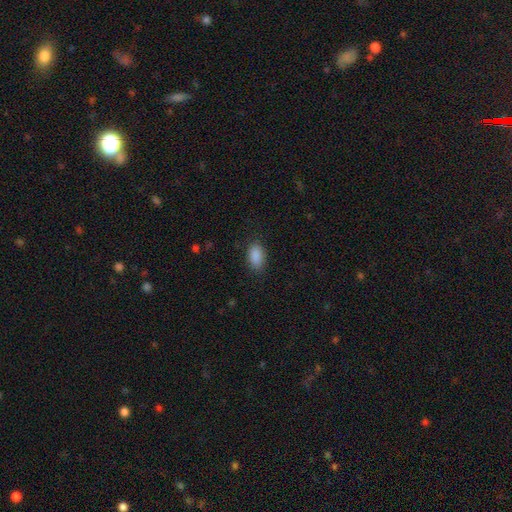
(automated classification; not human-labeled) Q: Smooth or featured?
A: smooth (89%); runner-up: star or artifact (7%)
Q: How rounded?
A: in between (92%); runner-up: round (5%)
Q: Merging?
A: none (84%); runner-up: minor disturbance (12%)